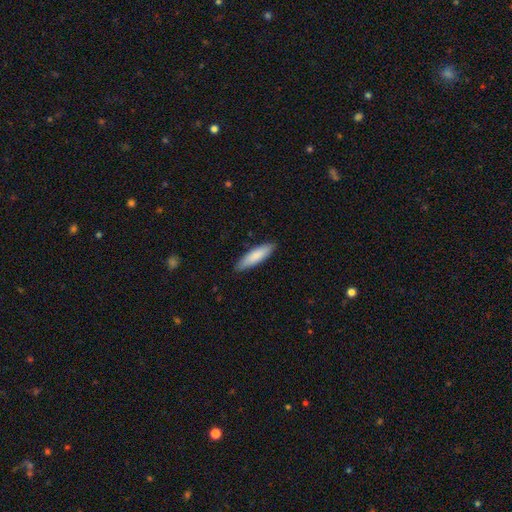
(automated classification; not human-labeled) Smooth or featured?
  - smooth: 83% *
  - featured or disk: 12%
  - star or artifact: 5%
How rounded?
  - cigar-shaped: 61% *
  - in between: 38%
  - round: 1%
Merging?
  - none: 86% *
  - minor disturbance: 11%
  - major disturbance: 2%
  - merger: 1%